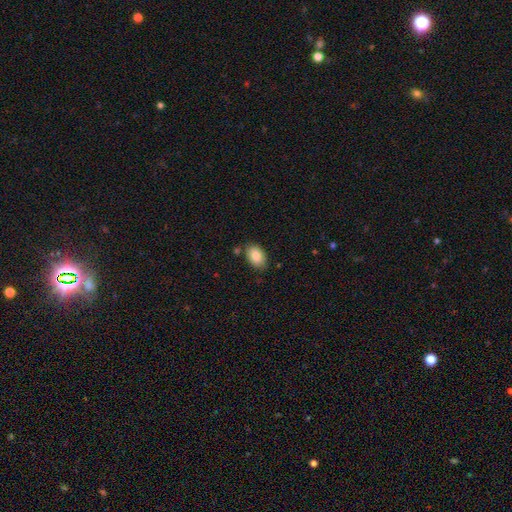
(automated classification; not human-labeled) Morphology: type=smooth (85%); roundness=in between (87%); merging=none (79%).